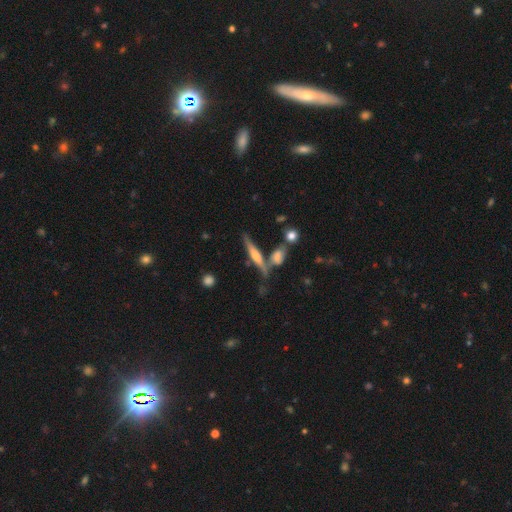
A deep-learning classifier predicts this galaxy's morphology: type=featured or disk (67%); edge-on=yes (95%); edge-on bulge=rounded (77%); merging=none (66%).